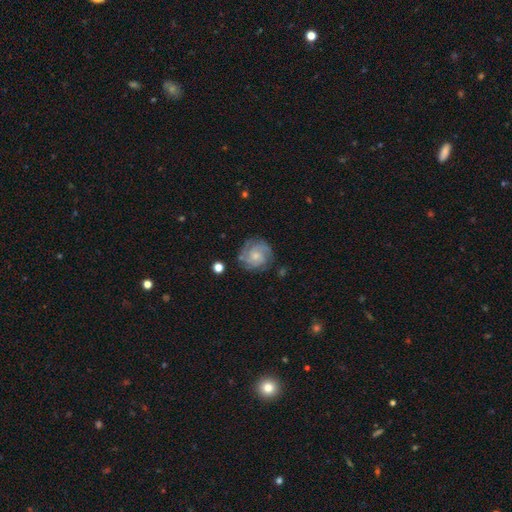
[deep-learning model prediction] Q: Smooth or featured?
A: featured or disk (72%); runner-up: smooth (21%)
Q: Edge-on disk?
A: no (98%); runner-up: yes (2%)
Q: Bar?
A: no (75%); runner-up: weak (22%)
Q: Spiral arms?
A: yes (93%); runner-up: no (7%)
Q: Spiral winding?
A: tight (61%); runner-up: medium (31%)
Q: Spiral arm count?
A: 3 (30%); runner-up: can't tell (28%)
Q: Bulge size?
A: small (56%); runner-up: moderate (34%)
Q: Merging?
A: none (76%); runner-up: minor disturbance (16%)